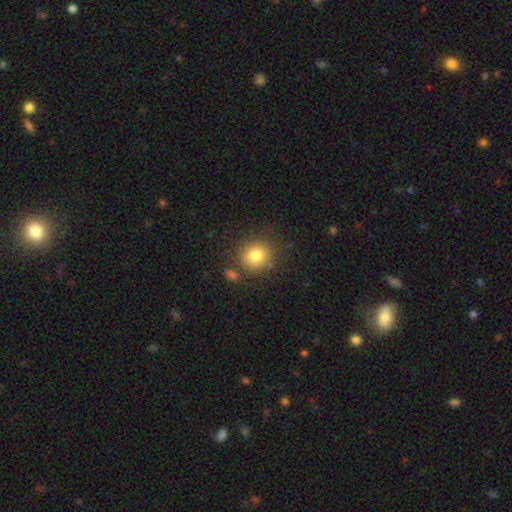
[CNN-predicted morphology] type=smooth (82%); roundness=round (83%); merging=none (77%).